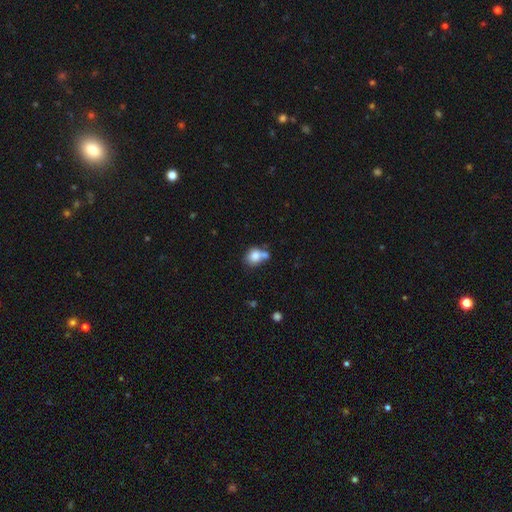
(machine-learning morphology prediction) Smooth or featured? smooth (78%)
How rounded? round (57%)
Merging? merger (40%)